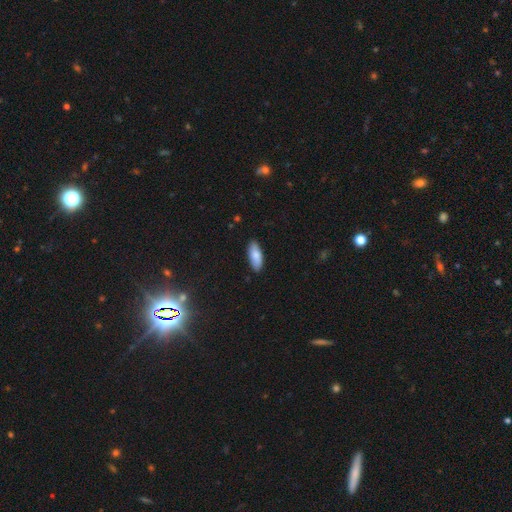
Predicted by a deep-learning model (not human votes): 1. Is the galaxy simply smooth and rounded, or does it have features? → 83% smooth, 11% featured or disk, 6% star or artifact.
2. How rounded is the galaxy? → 79% in between, 19% cigar-shaped, 2% round.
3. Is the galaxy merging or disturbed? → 87% none, 10% minor disturbance, 2% major disturbance, 1% merger.